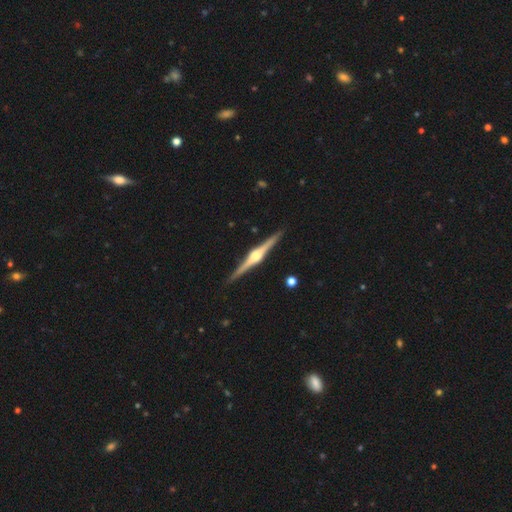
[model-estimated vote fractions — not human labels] Smooth or featured? Predicted: featured or disk (p=0.87). Edge-on disk? Predicted: yes (p=0.99). Edge-on bulge? Predicted: rounded (p=0.92). Merging? Predicted: none (p=0.92).